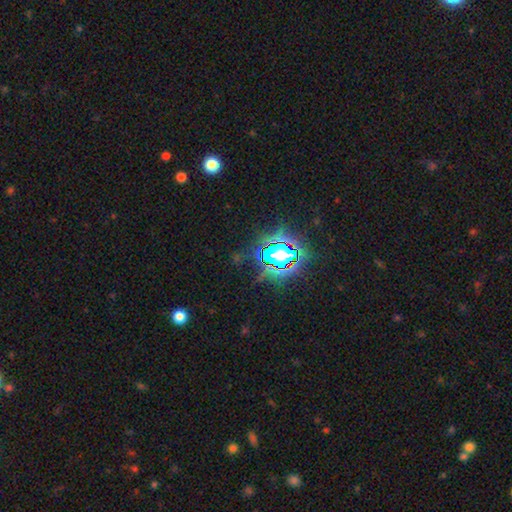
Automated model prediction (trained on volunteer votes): The model was most divided on "smooth or featured": star or artifact: 79%, smooth: 12%, featured or disk: 9%.